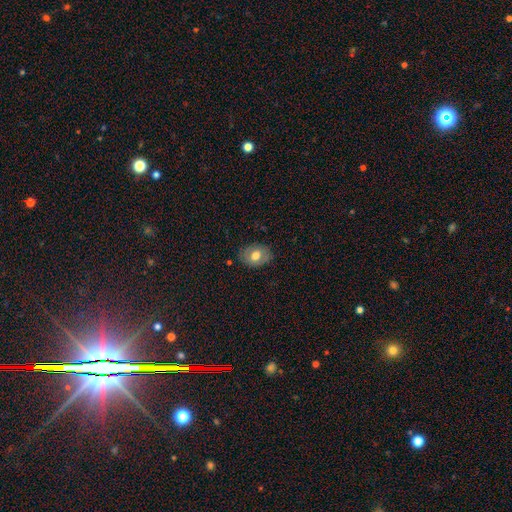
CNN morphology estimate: Smooth or featured: smooth — 69% (featured or disk — 23%)
How rounded: in between — 68% (round — 31%)
Merging: none — 82% (minor disturbance — 14%)